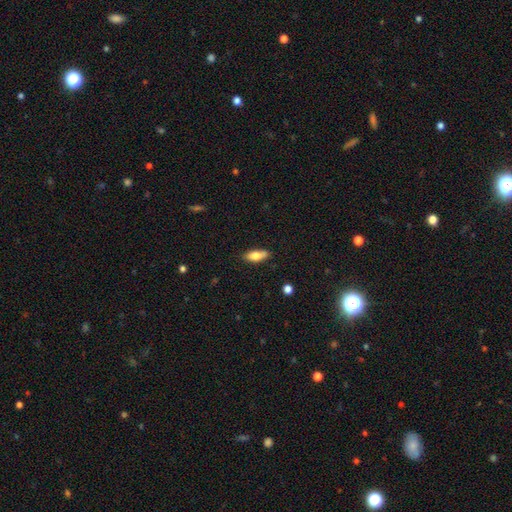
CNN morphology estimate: smooth 75%, featured or disk 18%, star or artifact 7%. Down the decision tree: how rounded — in between (75%); merging — none (77%).